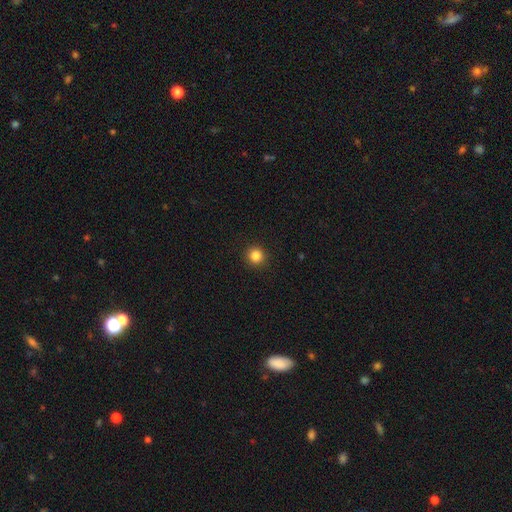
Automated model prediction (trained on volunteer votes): A smooth galaxy with no disk features (84%) that is round (95%). Merging: none (93%).